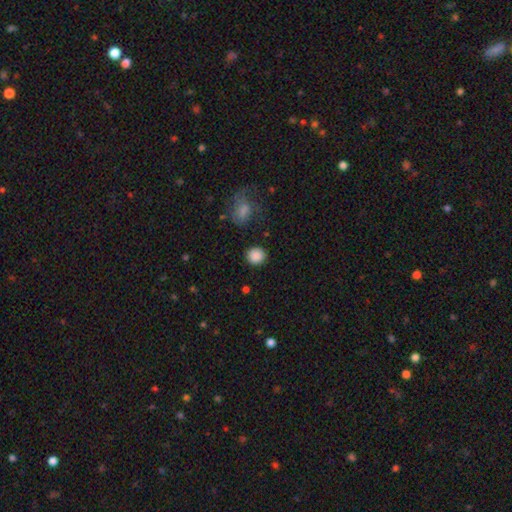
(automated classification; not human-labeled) smooth 88%, star or artifact 9%, featured or disk 3%. Down the decision tree: how rounded — round (86%); merging — none (87%).